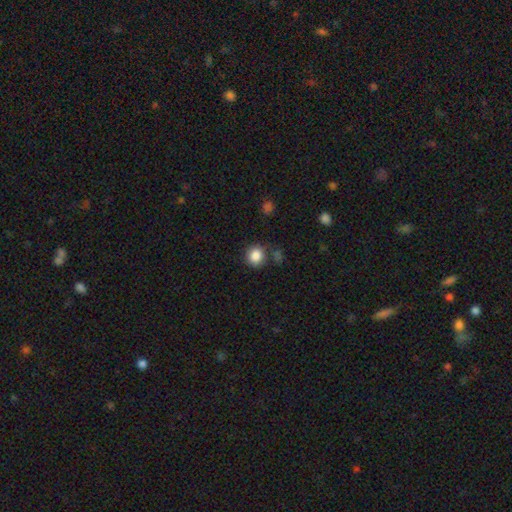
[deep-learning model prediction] Q: Smooth or featured?
A: smooth (86%); runner-up: star or artifact (10%)
Q: How rounded?
A: round (87%); runner-up: in between (12%)
Q: Merging?
A: none (78%); runner-up: minor disturbance (12%)